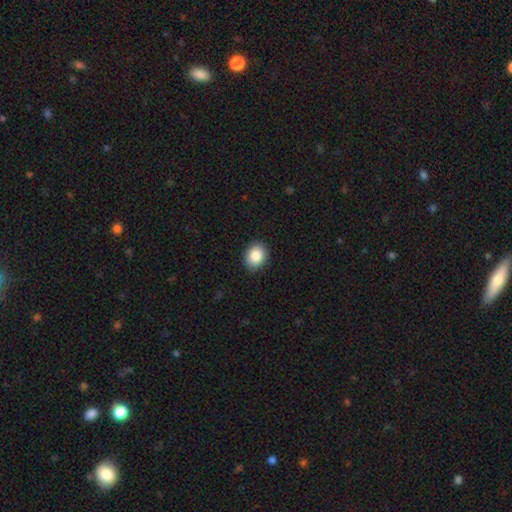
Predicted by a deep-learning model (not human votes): smooth_or_featured: smooth (p=0.87) [alt: star or artifact p=0.08]
how_rounded: in between (p=0.54) [alt: round p=0.45]
merging: none (p=0.89) [alt: minor disturbance p=0.08]